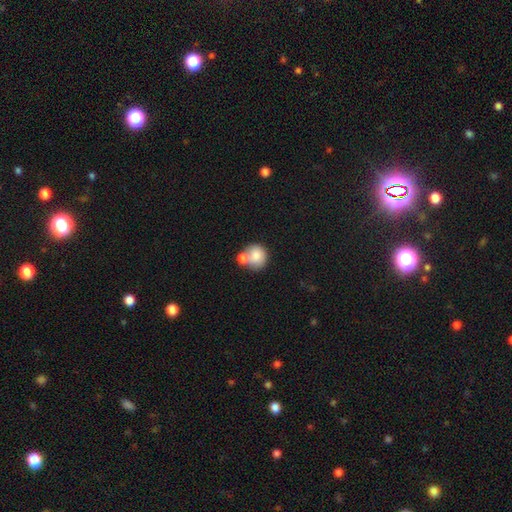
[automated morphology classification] The model was most divided on "merging": merger: 43%, none: 41%, minor disturbance: 11%, major disturbance: 5%. More confident: how rounded — round (84%); smooth or featured — smooth (79%).